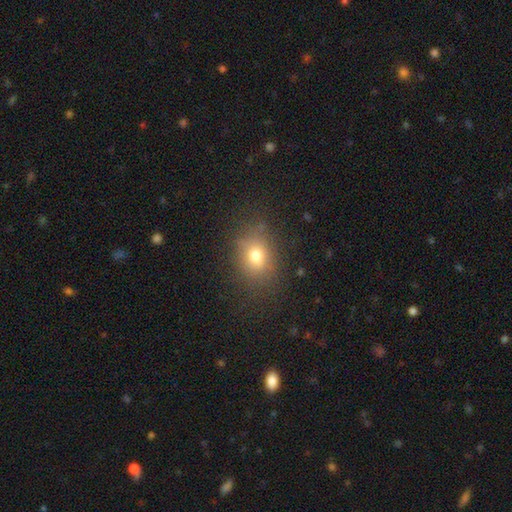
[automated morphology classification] Smooth or featured? Predicted: smooth (p=0.74). How rounded? Predicted: in between (p=0.56). Merging? Predicted: none (p=0.78).